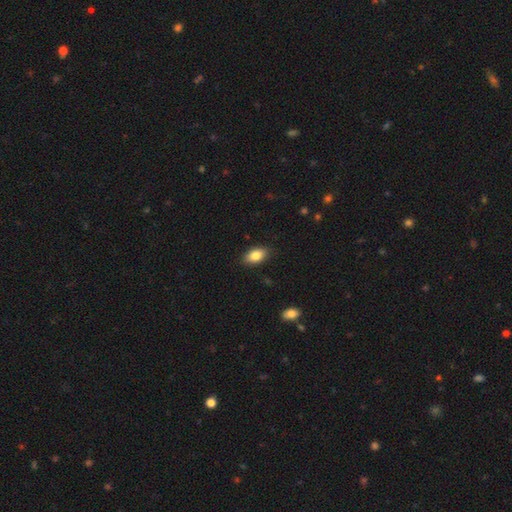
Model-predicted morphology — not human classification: Smooth or featured: smooth — 83% (featured or disk — 9%)
How rounded: in between — 91% (round — 7%)
Merging: none — 87% (minor disturbance — 10%)